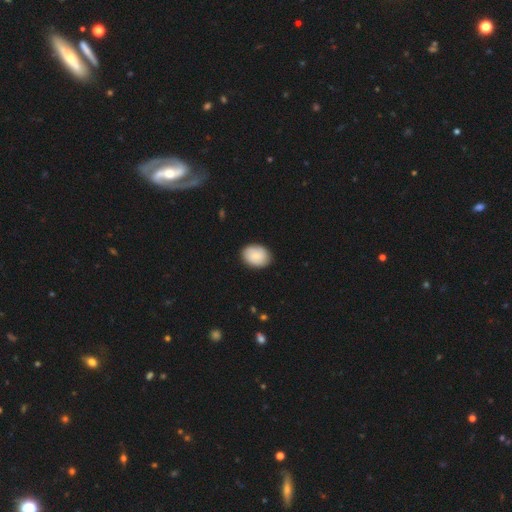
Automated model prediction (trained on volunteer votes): Smooth or featured?
  - smooth: 82% *
  - featured or disk: 12%
  - star or artifact: 6%
How rounded?
  - in between: 67% *
  - round: 32%
  - cigar-shaped: 1%
Merging?
  - none: 87% *
  - minor disturbance: 10%
  - major disturbance: 2%
  - merger: 1%